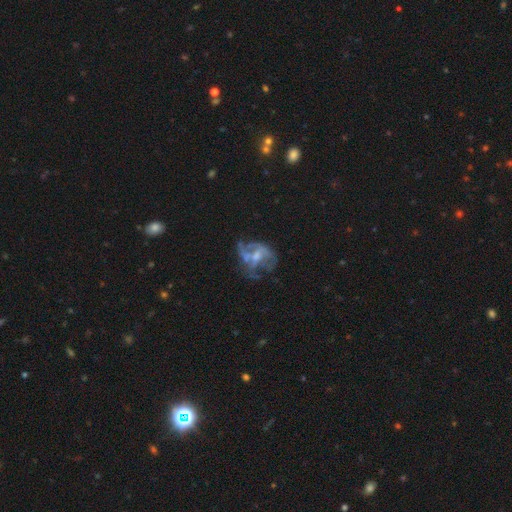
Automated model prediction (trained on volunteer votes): Q: Smooth or featured?
A: featured or disk (69%); runner-up: smooth (20%)
Q: Edge-on disk?
A: no (98%); runner-up: yes (2%)
Q: Bar?
A: no (58%); runner-up: weak (33%)
Q: Spiral arms?
A: no (53%); runner-up: yes (47%)
Q: Bulge size?
A: moderate (40%); runner-up: small (34%)
Q: Merging?
A: none (37%); runner-up: major disturbance (36%)